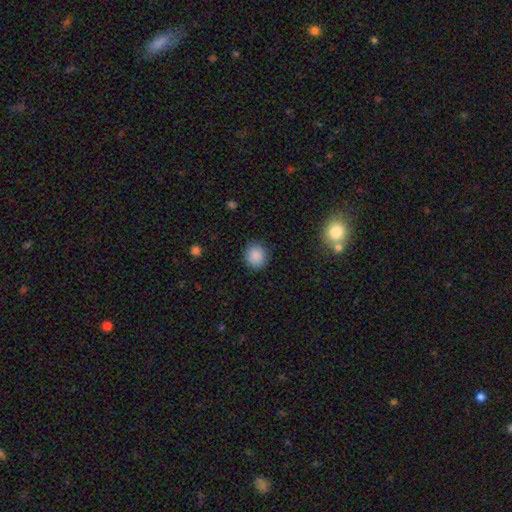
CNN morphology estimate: A smooth galaxy with no disk features (87%) that is round (89%).

Vote fractions:
- Smooth or featured? smooth: 87% / star or artifact: 10% / featured or disk: 4%
- How rounded? round: 89% / in between: 11% / cigar-shaped: 1%
- Merging? none: 89% / minor disturbance: 8% / major disturbance: 2% / merger: 1%